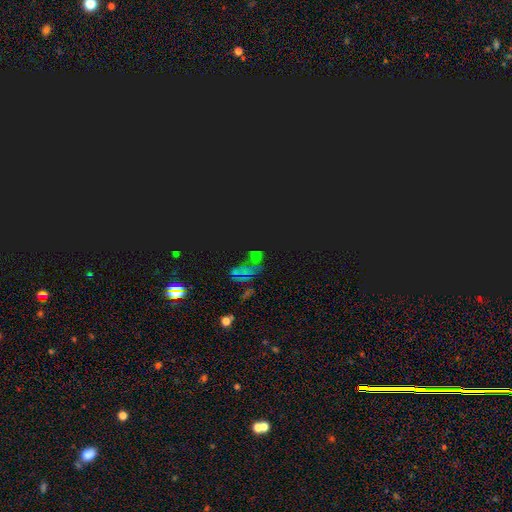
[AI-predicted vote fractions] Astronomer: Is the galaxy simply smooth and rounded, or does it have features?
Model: star or artifact — 70%.